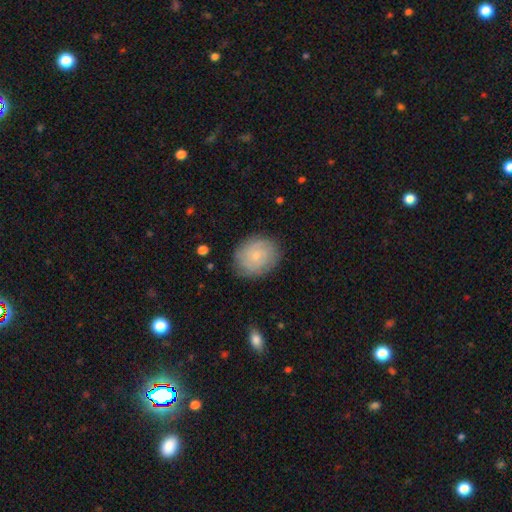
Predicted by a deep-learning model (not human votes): Morphology: type=smooth (51%); roundness=round (60%); merging=none (82%).